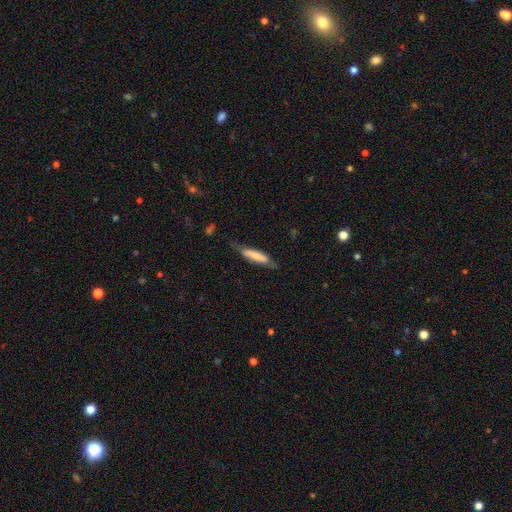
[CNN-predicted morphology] Smooth or featured: smooth — 68% (featured or disk — 26%)
How rounded: cigar-shaped — 80% (in between — 19%)
Merging: none — 67% (minor disturbance — 24%)